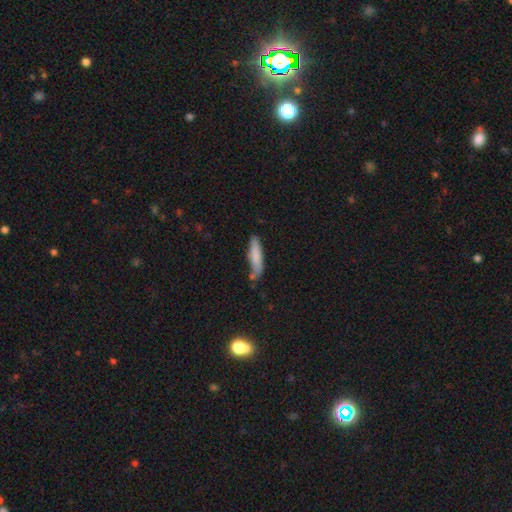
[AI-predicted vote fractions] smooth-or-featured: smooth: 80% | featured or disk: 14% | star or artifact: 6%
  how-rounded: cigar-shaped: 76% | in between: 23% | round: 1%
  merging: none: 67% | minor disturbance: 22% | merger: 7% | major disturbance: 4%